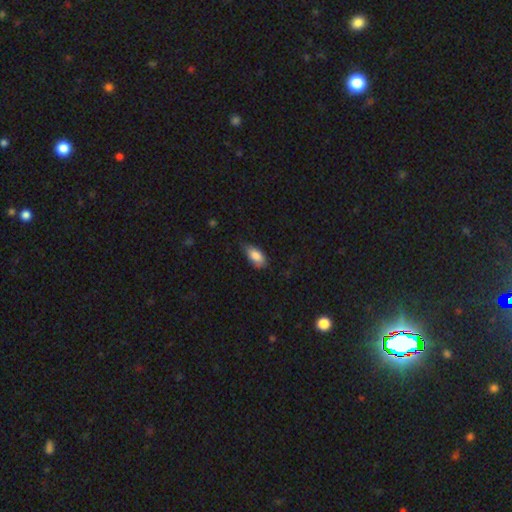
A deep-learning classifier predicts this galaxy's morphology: A smooth galaxy with no disk features (85%) that is in between round and cigar-shaped (91%). Merging: none (58%).